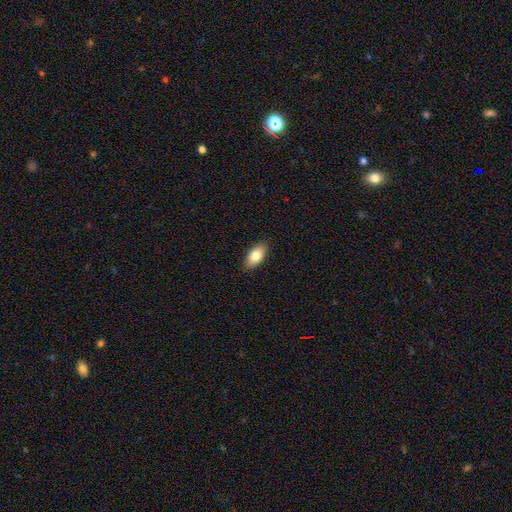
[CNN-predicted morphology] A smooth galaxy with no disk features (81%) that is in between round and cigar-shaped (92%). Merging: none (88%).